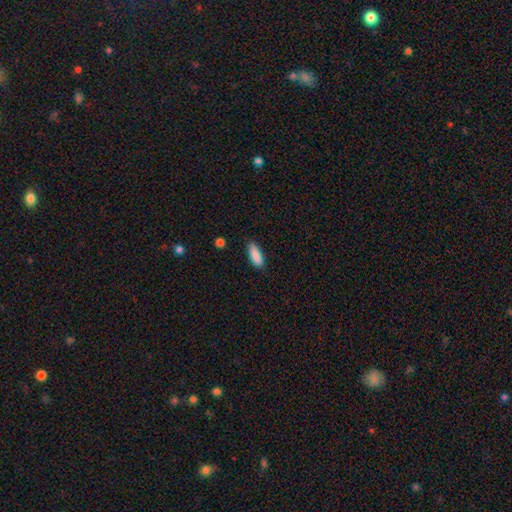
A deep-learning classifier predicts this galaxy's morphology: Smooth or featured?
  - smooth: 88% *
  - star or artifact: 6%
  - featured or disk: 5%
How rounded?
  - in between: 66% *
  - cigar-shaped: 32%
  - round: 2%
Merging?
  - none: 82% *
  - minor disturbance: 14%
  - major disturbance: 2%
  - merger: 1%